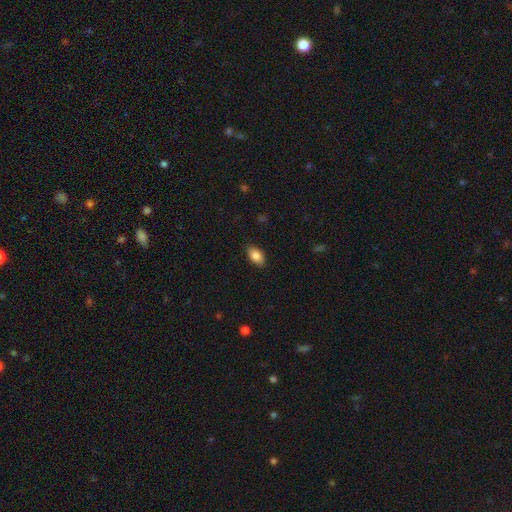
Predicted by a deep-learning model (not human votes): The model was most divided on "merging": none: 86%, minor disturbance: 10%, major disturbance: 2%, merger: 1%. More confident: how rounded — in between (91%); smooth or featured — smooth (86%).